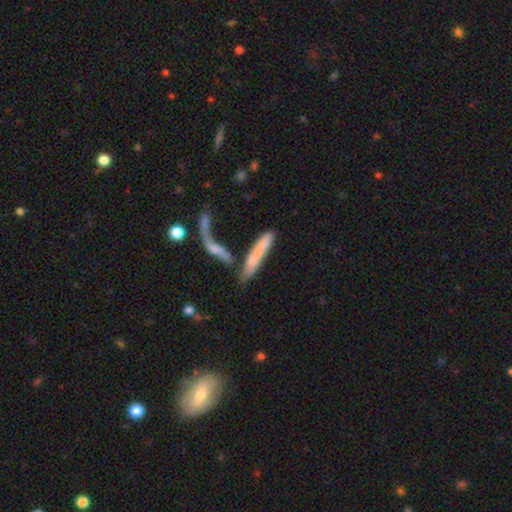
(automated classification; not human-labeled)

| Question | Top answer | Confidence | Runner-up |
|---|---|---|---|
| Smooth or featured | smooth | 59% | featured or disk (32%) |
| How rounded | cigar-shaped | 82% | in between (16%) |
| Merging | merger | 44% | none (29%) |